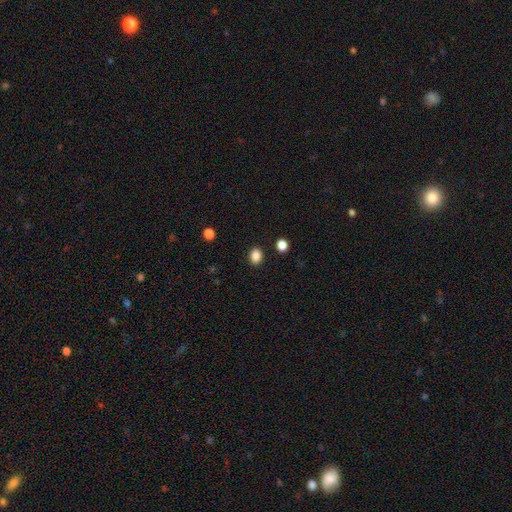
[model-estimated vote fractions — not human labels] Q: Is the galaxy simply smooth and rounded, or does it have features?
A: smooth — 86%.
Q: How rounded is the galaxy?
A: in between — 63%.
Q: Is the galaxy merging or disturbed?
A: none — 88%.